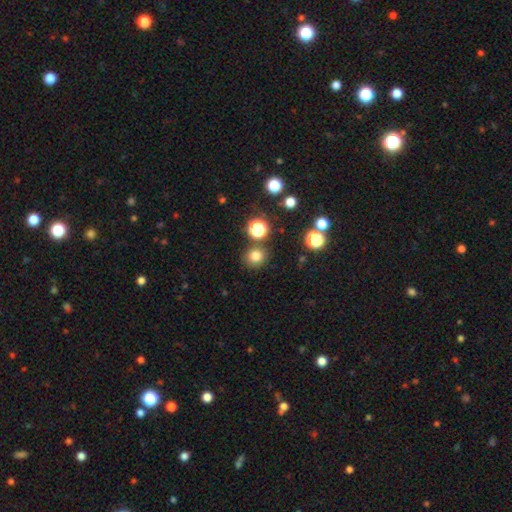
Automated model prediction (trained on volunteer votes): Smooth or featured: smooth — 77% (star or artifact — 18%)
How rounded: round — 88% (in between — 11%)
Merging: none — 84% (minor disturbance — 8%)